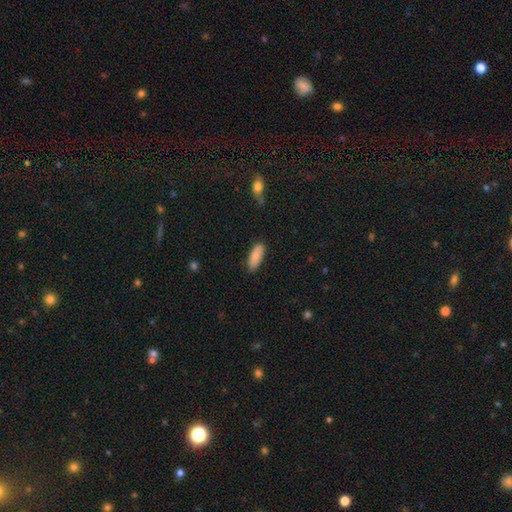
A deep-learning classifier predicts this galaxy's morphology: smooth_or_featured: smooth (p=0.88) [alt: featured or disk p=0.06]
how_rounded: in between (p=0.74) [alt: cigar-shaped p=0.24]
merging: none (p=0.84) [alt: minor disturbance p=0.12]